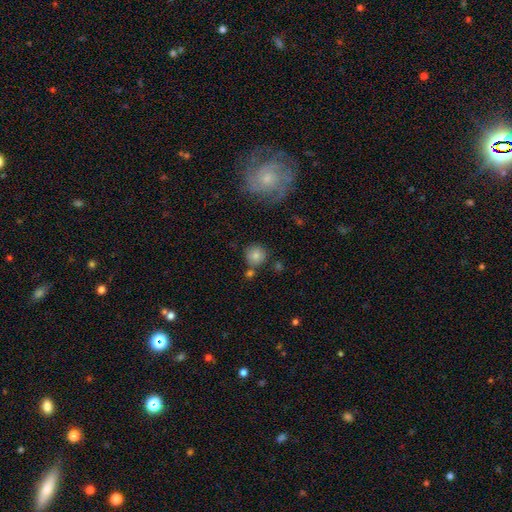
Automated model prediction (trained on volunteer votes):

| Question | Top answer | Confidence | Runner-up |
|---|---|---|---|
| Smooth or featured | smooth | 82% | star or artifact (10%) |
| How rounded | round | 91% | in between (8%) |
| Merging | none | 74% | merger (12%) |